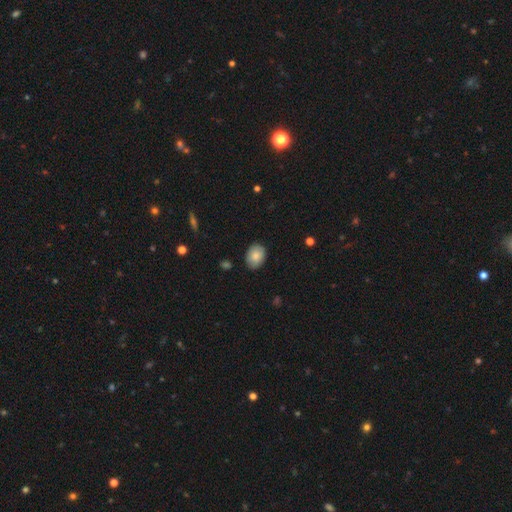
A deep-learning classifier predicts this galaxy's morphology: A smooth galaxy with no disk features (81%) that is in between round and cigar-shaped (69%).

Vote fractions:
- Smooth or featured? smooth: 81% / featured or disk: 12% / star or artifact: 7%
- How rounded? in between: 69% / round: 30% / cigar-shaped: 1%
- Merging? none: 83% / minor disturbance: 14% / major disturbance: 2% / merger: 1%